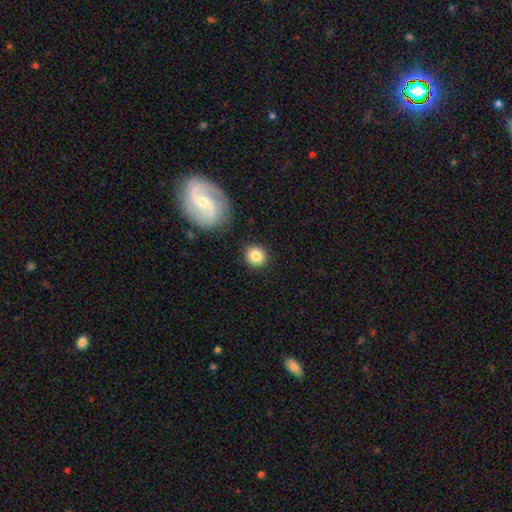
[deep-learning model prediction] Smooth or featured? Predicted: smooth (p=0.83). How rounded? Predicted: round (p=0.88). Merging? Predicted: none (p=0.88).